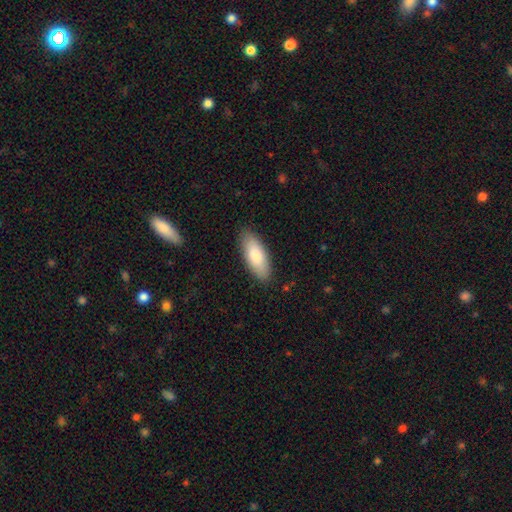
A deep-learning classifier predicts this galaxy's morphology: Smooth or featured?
  - smooth: 83% *
  - featured or disk: 11%
  - star or artifact: 5%
How rounded?
  - in between: 77% *
  - cigar-shaped: 22%
  - round: 2%
Merging?
  - none: 87% *
  - minor disturbance: 10%
  - major disturbance: 2%
  - merger: 1%